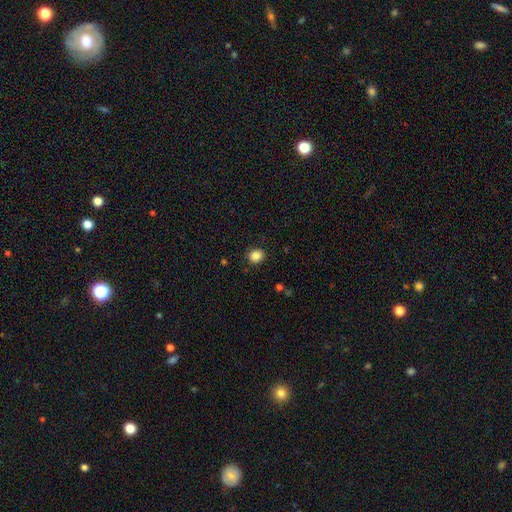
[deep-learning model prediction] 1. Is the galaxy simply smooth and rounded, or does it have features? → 85% smooth, 10% star or artifact, 4% featured or disk.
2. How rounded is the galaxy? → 76% round, 23% in between, 1% cigar-shaped.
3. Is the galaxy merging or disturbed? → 89% none, 7% minor disturbance, 2% major disturbance, 1% merger.